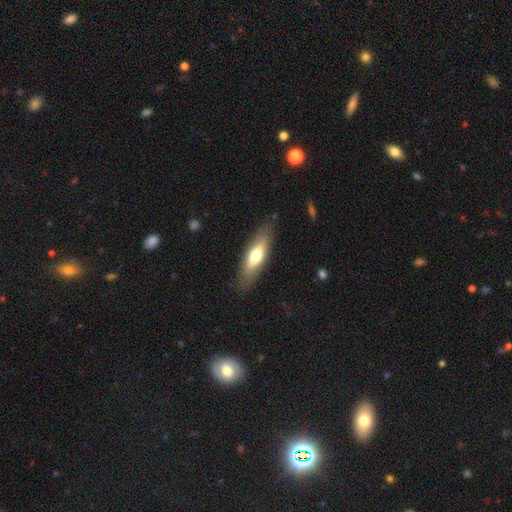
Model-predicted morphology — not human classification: A smooth galaxy with no disk features (57%) that is cigar-shaped (54%).

Vote fractions:
- Smooth or featured? smooth: 57% / featured or disk: 37% / star or artifact: 6%
- How rounded? cigar-shaped: 54% / in between: 44% / round: 2%
- Merging? none: 84% / minor disturbance: 11% / major disturbance: 3% / merger: 1%